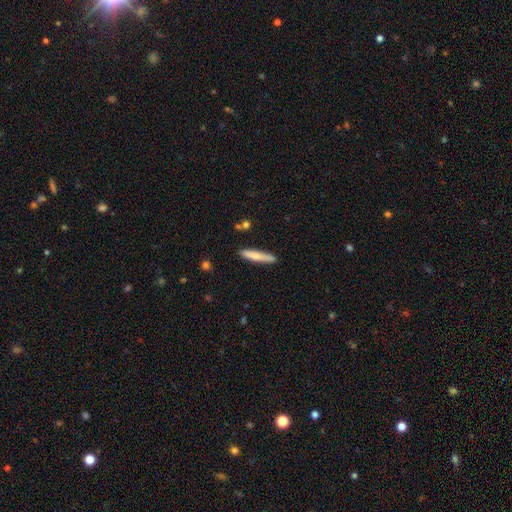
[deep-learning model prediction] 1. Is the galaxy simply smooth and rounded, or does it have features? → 72% smooth, 22% featured or disk, 6% star or artifact.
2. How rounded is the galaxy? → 92% cigar-shaped, 7% in between, 1% round.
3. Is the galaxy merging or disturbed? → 85% none, 11% minor disturbance, 2% merger, 2% major disturbance.